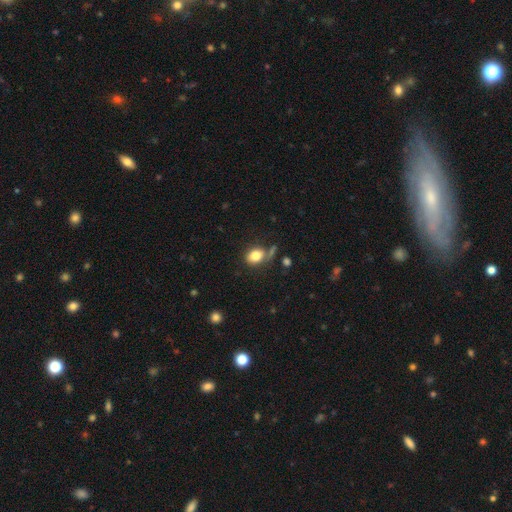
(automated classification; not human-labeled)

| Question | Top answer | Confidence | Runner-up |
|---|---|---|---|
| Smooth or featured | smooth | 82% | star or artifact (10%) |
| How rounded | in between | 61% | round (38%) |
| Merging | none | 60% | minor disturbance (20%) |